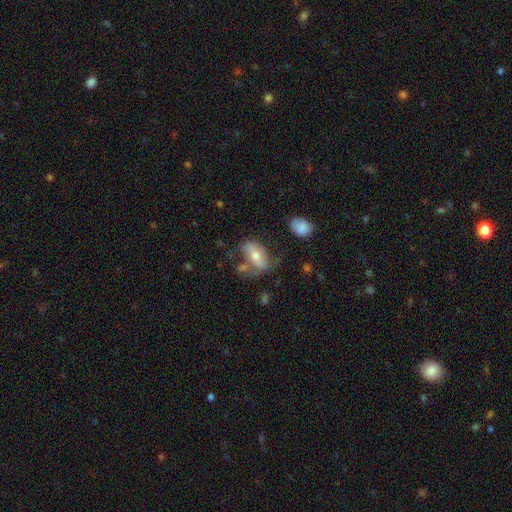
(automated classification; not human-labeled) smooth_or_featured: featured or disk (p=0.55) [alt: smooth p=0.37]
disk_edge_on: no (p=0.88) [alt: yes p=0.12]
merging: none (p=0.50) [alt: minor disturbance p=0.24]